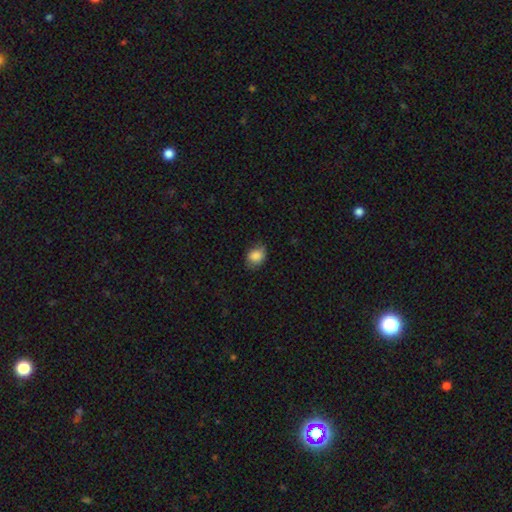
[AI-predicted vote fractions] Morphology: type=smooth (86%); roundness=in between (58%); merging=none (70%).